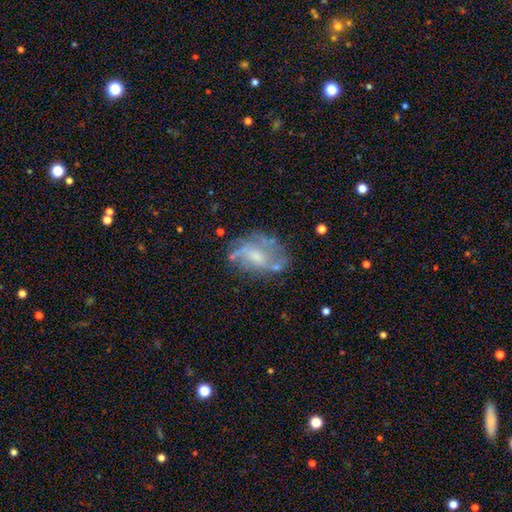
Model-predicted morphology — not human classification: A featured or disk galaxy (66%) with no bar (48%), spiral arms (64%) and a moderate central bulge (37%, tied with small). Merging: none (48%).